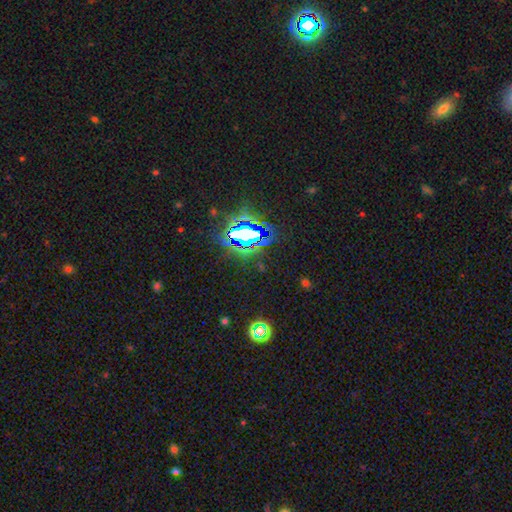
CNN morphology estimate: star or artifact 82%, smooth 11%, featured or disk 7%.